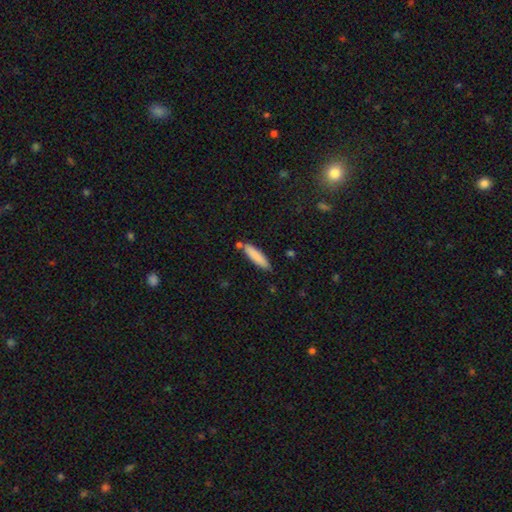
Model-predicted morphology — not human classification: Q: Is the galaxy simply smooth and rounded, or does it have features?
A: smooth — 85%.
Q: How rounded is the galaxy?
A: cigar-shaped — 74%.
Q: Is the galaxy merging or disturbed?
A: none — 77%.